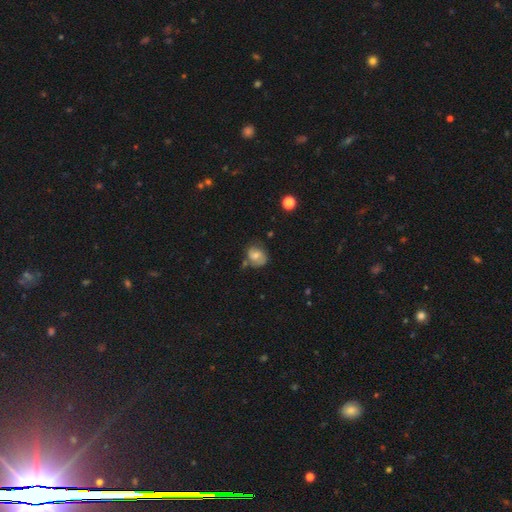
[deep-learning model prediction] Smooth or featured?
  - smooth: 62% *
  - featured or disk: 28%
  - star or artifact: 10%
How rounded?
  - round: 55% *
  - in between: 44%
  - cigar-shaped: 1%
Merging?
  - none: 56% *
  - minor disturbance: 27%
  - merger: 9%
  - major disturbance: 8%